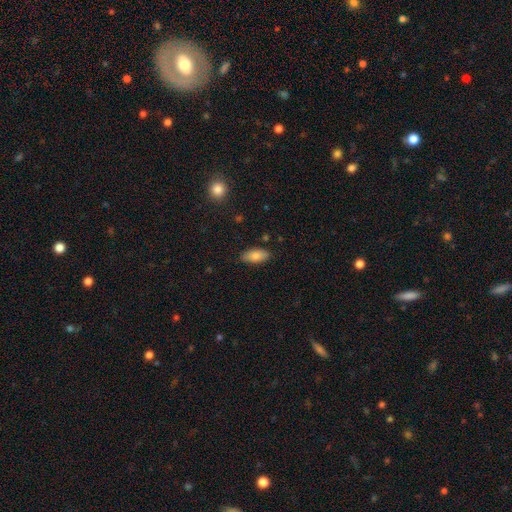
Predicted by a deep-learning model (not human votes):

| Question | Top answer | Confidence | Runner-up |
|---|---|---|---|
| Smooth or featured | smooth | 83% | featured or disk (10%) |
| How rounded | in between | 88% | cigar-shaped (10%) |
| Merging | none | 85% | minor disturbance (11%) |